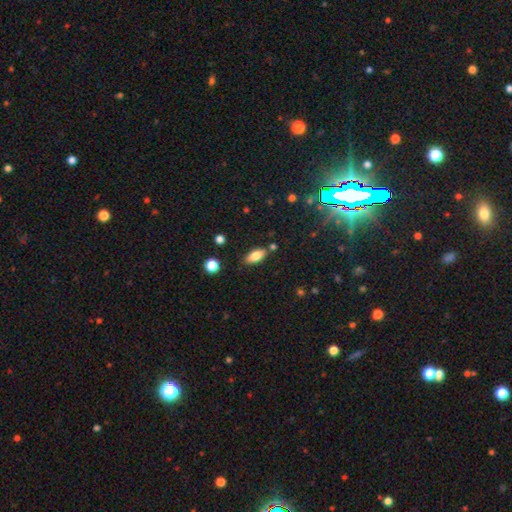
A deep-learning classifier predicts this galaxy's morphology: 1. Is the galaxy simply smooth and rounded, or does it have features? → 78% smooth, 14% featured or disk, 8% star or artifact.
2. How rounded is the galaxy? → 84% in between, 13% cigar-shaped, 3% round.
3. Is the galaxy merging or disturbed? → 79% none, 13% minor disturbance, 5% merger, 3% major disturbance.